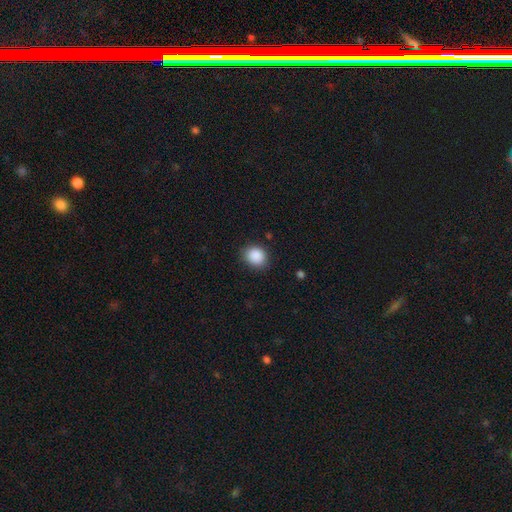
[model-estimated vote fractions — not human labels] Smooth or featured: smooth — 89% (star or artifact — 8%)
How rounded: round — 69% (in between — 30%)
Merging: none — 84% (minor disturbance — 12%)